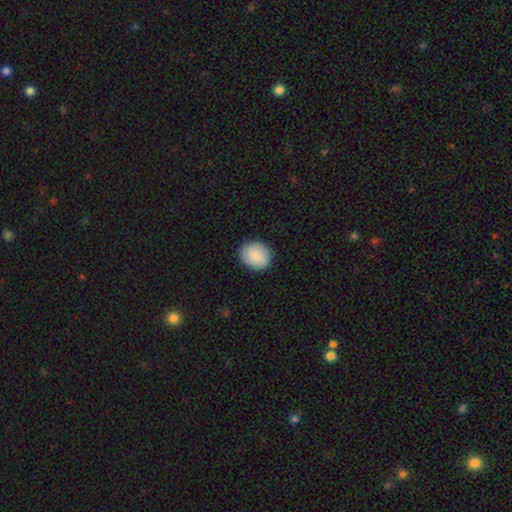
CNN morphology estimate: Smooth or featured? smooth (88%)
How rounded? round (65%)
Merging? none (87%)